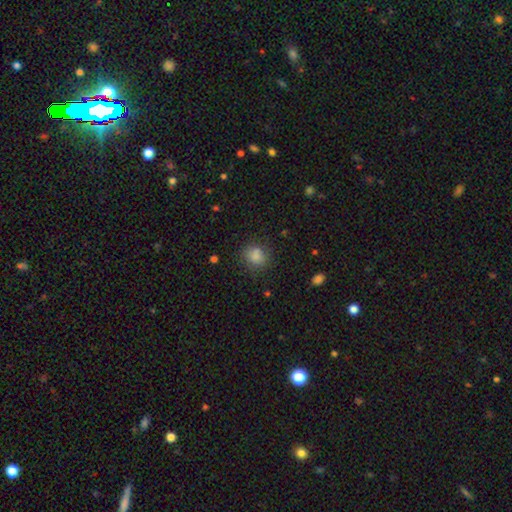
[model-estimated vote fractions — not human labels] Smooth or featured? Predicted: smooth (p=0.82). How rounded? Predicted: round (p=0.75). Merging? Predicted: none (p=0.73).